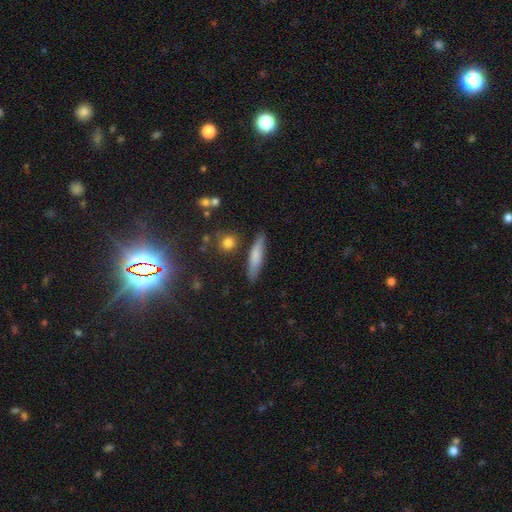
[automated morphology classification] smooth-or-featured: smooth: 73% | featured or disk: 20% | star or artifact: 7%
  how-rounded: cigar-shaped: 79% | in between: 18% | round: 2%
  merging: none: 83% | minor disturbance: 11% | merger: 3% | major disturbance: 3%